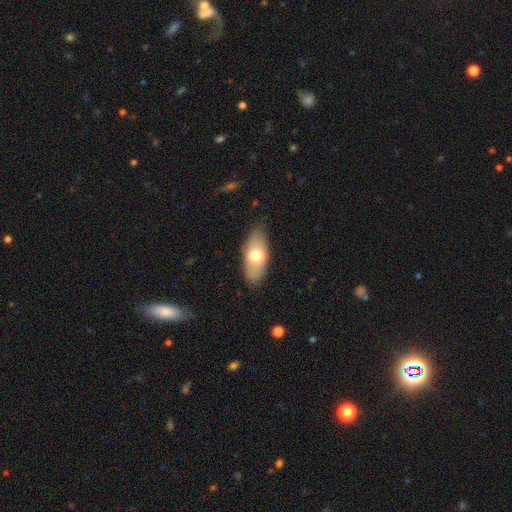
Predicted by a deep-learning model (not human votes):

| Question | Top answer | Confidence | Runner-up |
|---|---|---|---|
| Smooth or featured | smooth | 67% | featured or disk (27%) |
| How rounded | in between | 87% | cigar-shaped (9%) |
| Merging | none | 79% | minor disturbance (16%) |